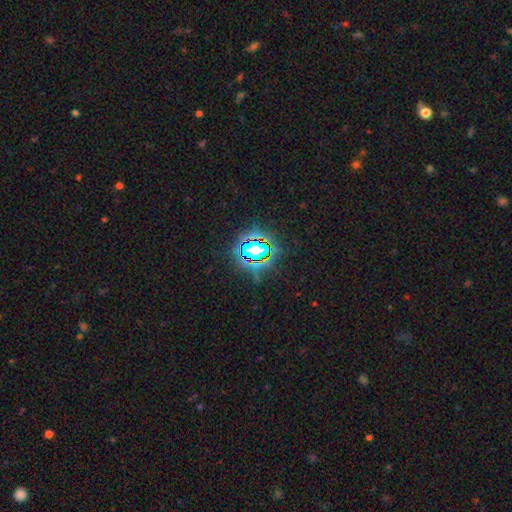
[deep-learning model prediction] Morphology: type=star or artifact (77%).